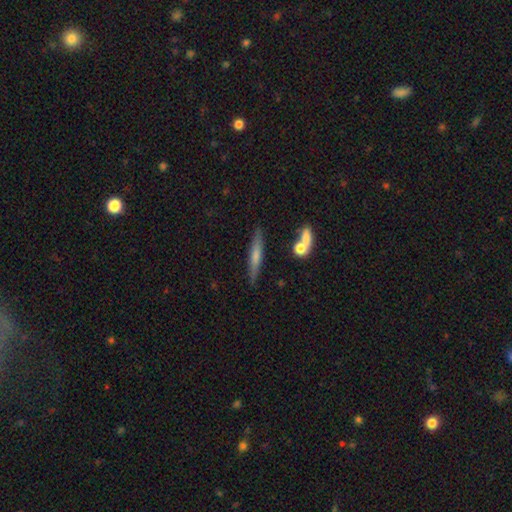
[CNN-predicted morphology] Smooth or featured? Predicted: smooth (p=0.49). Merging? Predicted: none (p=0.81).